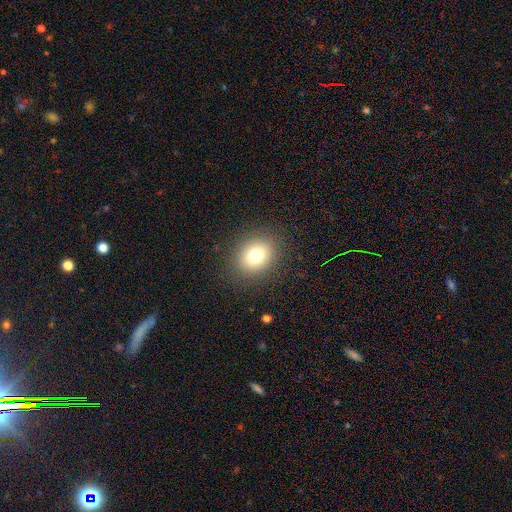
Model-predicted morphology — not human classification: smooth 77%, star or artifact 13%, featured or disk 10%. Down the decision tree: how rounded — round (59%); merging — none (87%).